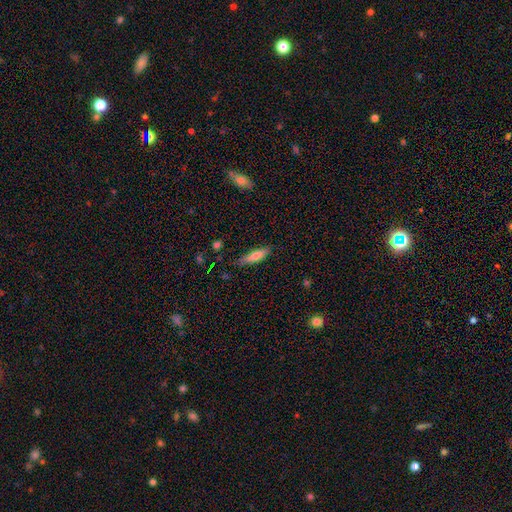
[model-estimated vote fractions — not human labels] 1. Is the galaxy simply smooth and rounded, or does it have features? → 73% smooth, 21% featured or disk, 6% star or artifact.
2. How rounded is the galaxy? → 71% cigar-shaped, 27% in between, 2% round.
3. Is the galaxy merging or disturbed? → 82% none, 14% minor disturbance, 3% major disturbance, 2% merger.